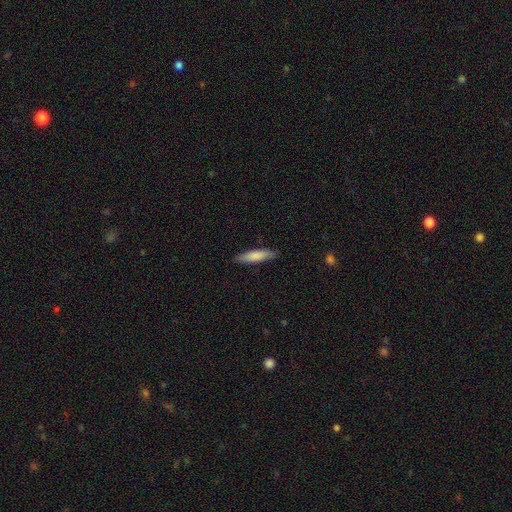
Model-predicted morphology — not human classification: Smooth or featured: smooth — 81% (featured or disk — 14%)
How rounded: cigar-shaped — 73% (in between — 26%)
Merging: none — 86% (minor disturbance — 11%)